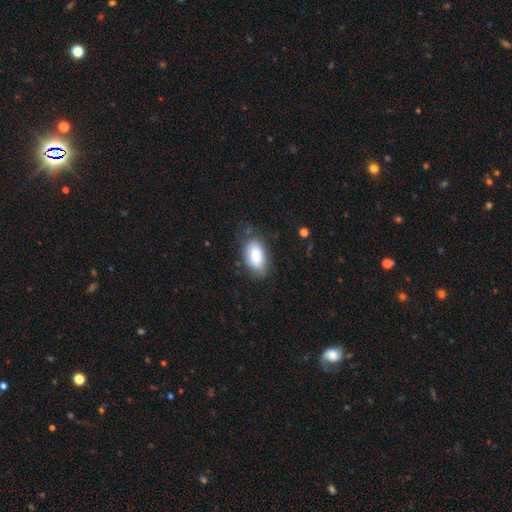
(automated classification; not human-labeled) Smooth or featured? smooth (81%)
How rounded? in between (93%)
Merging? none (69%)